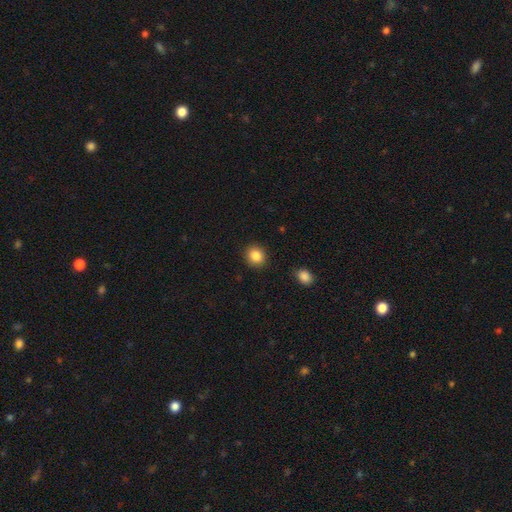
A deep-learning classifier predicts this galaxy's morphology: Smooth or featured? Predicted: smooth (p=0.85). How rounded? Predicted: round (p=0.80). Merging? Predicted: none (p=0.90).